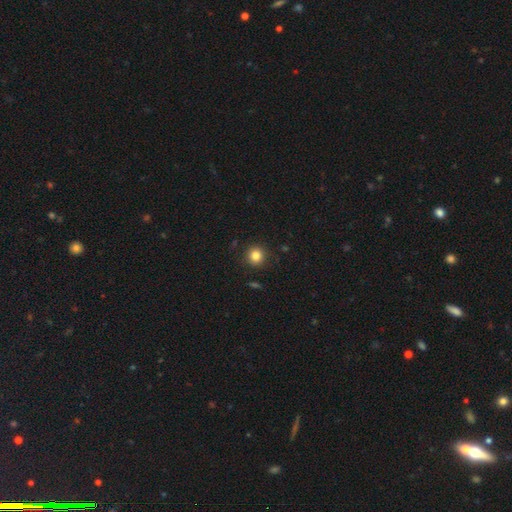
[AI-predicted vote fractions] smooth-or-featured: smooth: 83% | star or artifact: 12% | featured or disk: 5%
  how-rounded: round: 92% | in between: 7% | cigar-shaped: 1%
  merging: none: 90% | minor disturbance: 6% | major disturbance: 2% | merger: 1%